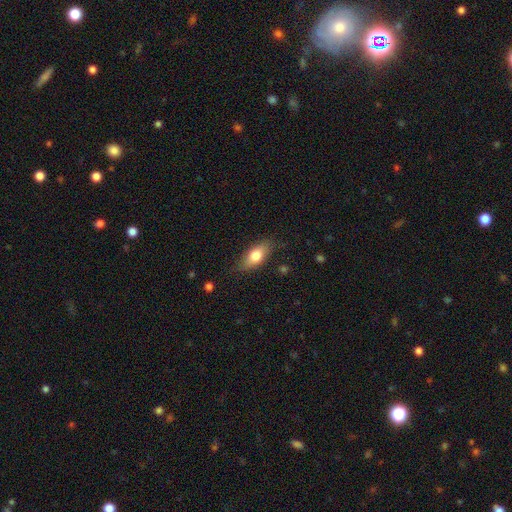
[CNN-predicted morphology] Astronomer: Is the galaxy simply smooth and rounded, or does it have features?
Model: smooth — 74%.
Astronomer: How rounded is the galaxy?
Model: in between — 82%.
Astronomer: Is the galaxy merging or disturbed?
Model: none — 79%.